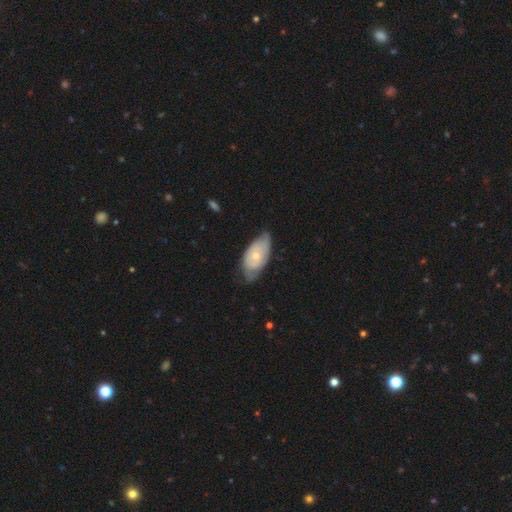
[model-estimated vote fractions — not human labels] Smooth or featured? featured or disk (49%)
Merging? none (50%)